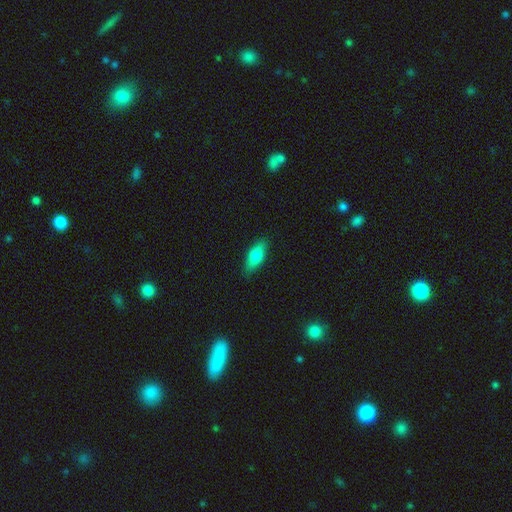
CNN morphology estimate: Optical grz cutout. It shows a smooth galaxy with no disk features (76%) that is in between round and cigar-shaped (74%). Merging: none (85%).